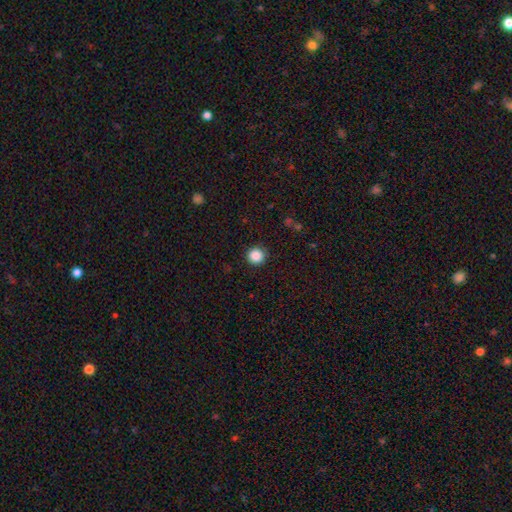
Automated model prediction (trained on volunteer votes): smooth_or_featured: smooth (p=0.87) [alt: star or artifact p=0.10]
how_rounded: round (p=0.95) [alt: in between p=0.04]
merging: none (p=0.91) [alt: minor disturbance p=0.06]